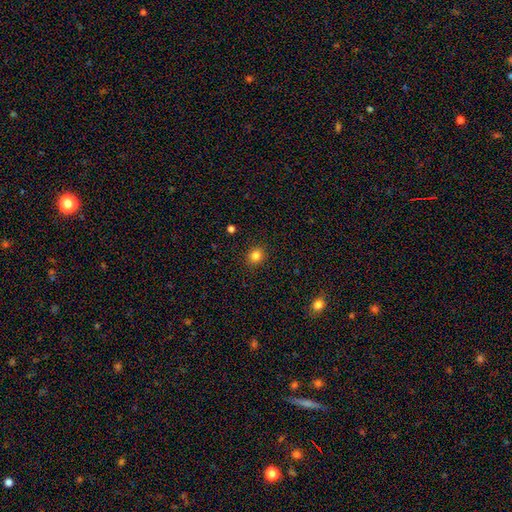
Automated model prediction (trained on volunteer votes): This appears to be a smooth galaxy with no disk features (82%) that is round (77%). Merging: none (90%).